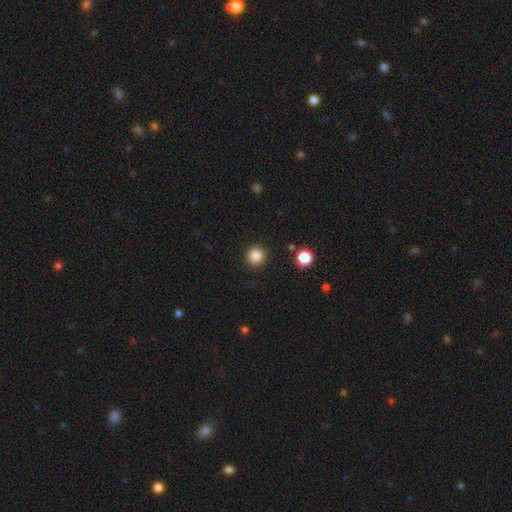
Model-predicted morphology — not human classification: smooth-or-featured: smooth: 85% | star or artifact: 12% | featured or disk: 4%
  how-rounded: round: 94% | in between: 5% | cigar-shaped: 1%
  merging: none: 91% | minor disturbance: 5% | major disturbance: 2% | merger: 2%